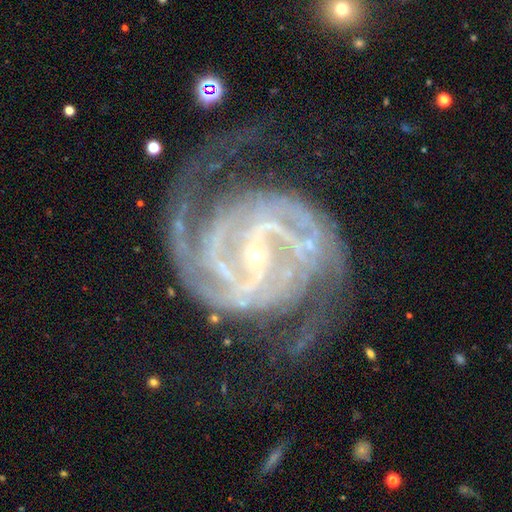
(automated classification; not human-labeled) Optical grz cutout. It shows a featured or disk galaxy (93%) with a strong bar (54%), 2 (68%) medium (50%) spiral arms (99%) and a small central bulge (89%). Merging: none (59%).